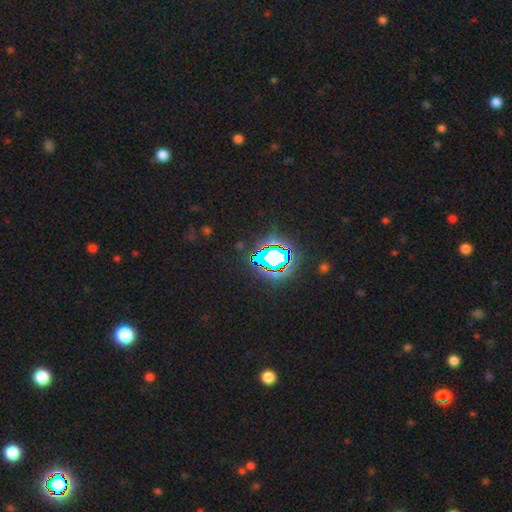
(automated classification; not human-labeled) This appears to be a star or artifact, not a galaxy (83%).